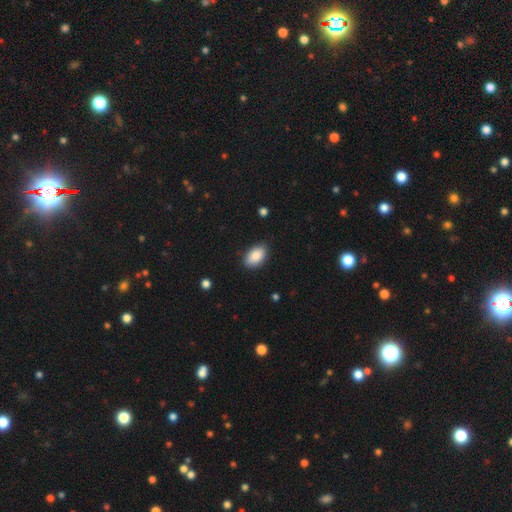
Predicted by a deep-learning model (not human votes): smooth_or_featured: smooth (p=0.87) [alt: star or artifact p=0.07]
how_rounded: in between (p=0.93) [alt: round p=0.05]
merging: none (p=0.86) [alt: minor disturbance p=0.10]